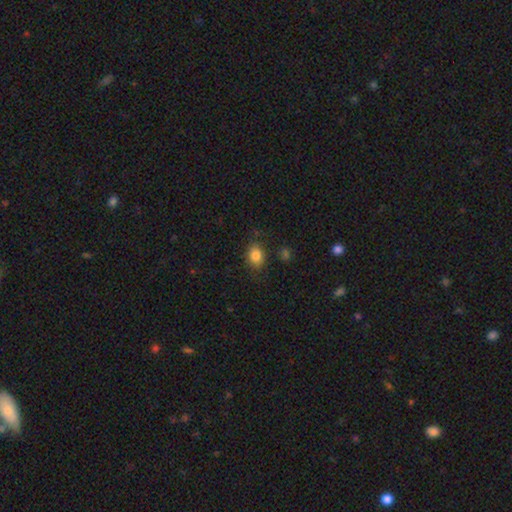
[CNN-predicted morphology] smooth 84%, star or artifact 10%, featured or disk 6%. Down the decision tree: how rounded — in between (62%); merging — none (78%).